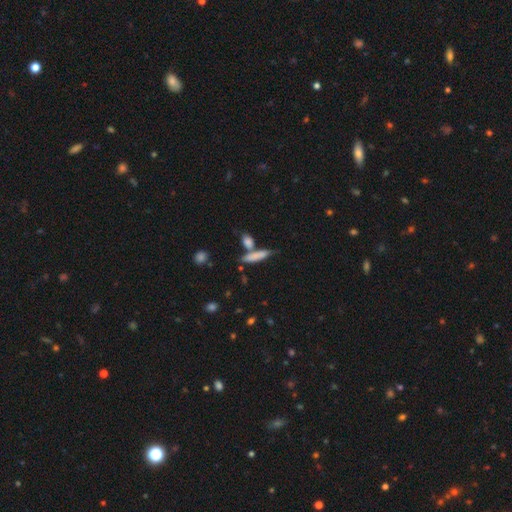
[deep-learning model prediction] The model was most divided on "merging": none: 62%, merger: 22%, minor disturbance: 12%, major disturbance: 4%. More confident: smooth or featured — smooth (77%); how rounded — cigar-shaped (75%).